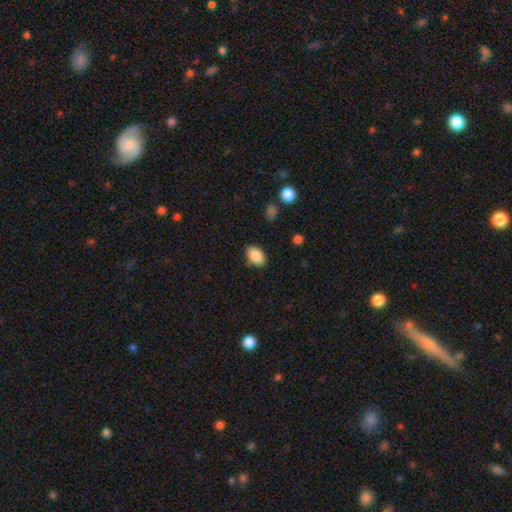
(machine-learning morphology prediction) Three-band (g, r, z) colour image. It shows a smooth galaxy with no disk features (89%) that is in between round and cigar-shaped (90%). Merging: none (84%).